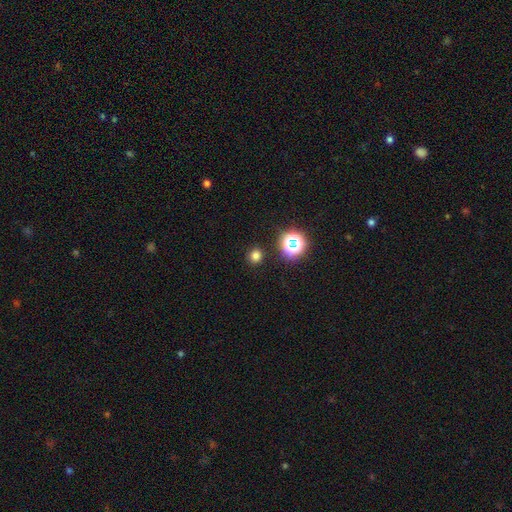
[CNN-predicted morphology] Overall: smooth (74%). How rounded: round (86%). Merging: none (89%).